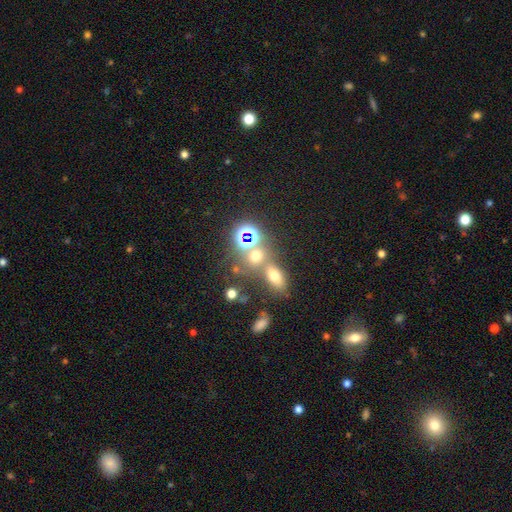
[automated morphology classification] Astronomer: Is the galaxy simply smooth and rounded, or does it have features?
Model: smooth — 52% (runner-up: star or artifact, 36%).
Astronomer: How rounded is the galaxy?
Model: round — 63%.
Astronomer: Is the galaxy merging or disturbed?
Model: none — 49% (runner-up: merger, 38%).